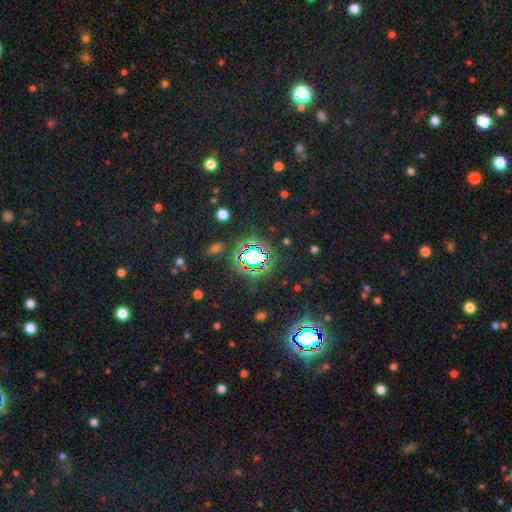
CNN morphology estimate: This is likely a star or artifact rather than a galaxy (67%).